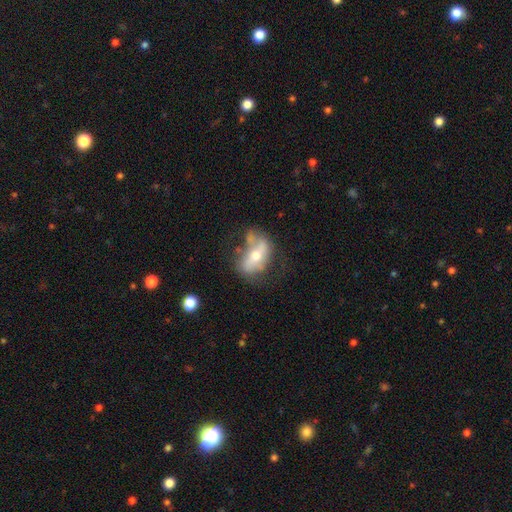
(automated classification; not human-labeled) featured or disk 58%, smooth 33%, star or artifact 8%. Down the decision tree: edge-on disk — no (85%); merging — none (39%).